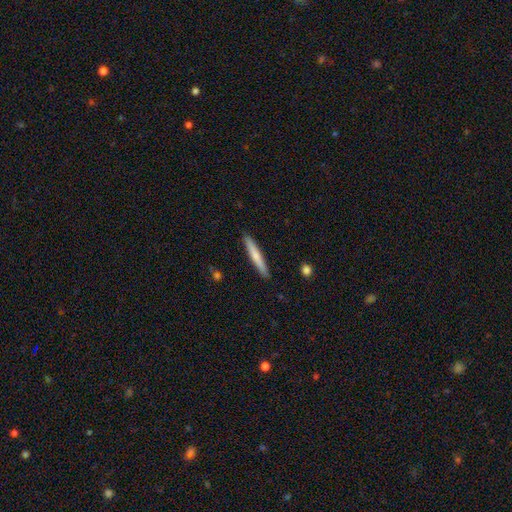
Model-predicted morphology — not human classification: Smooth or featured: smooth — 67% (featured or disk — 28%)
How rounded: cigar-shaped — 95% (in between — 4%)
Merging: none — 91% (minor disturbance — 6%)